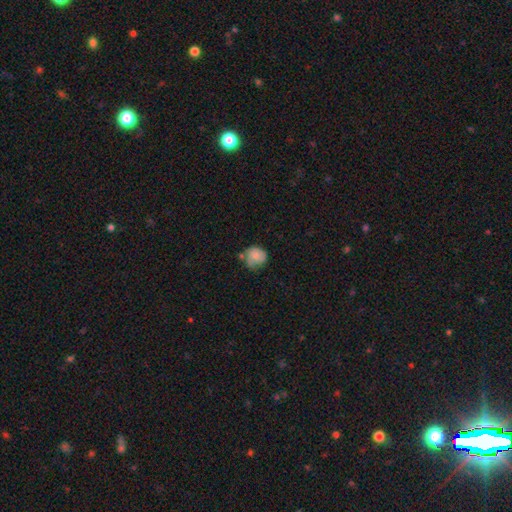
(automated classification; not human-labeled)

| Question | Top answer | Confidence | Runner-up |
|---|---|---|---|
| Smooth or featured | smooth | 68% | featured or disk (24%) |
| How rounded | round | 80% | in between (19%) |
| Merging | none | 49% | minor disturbance (32%) |